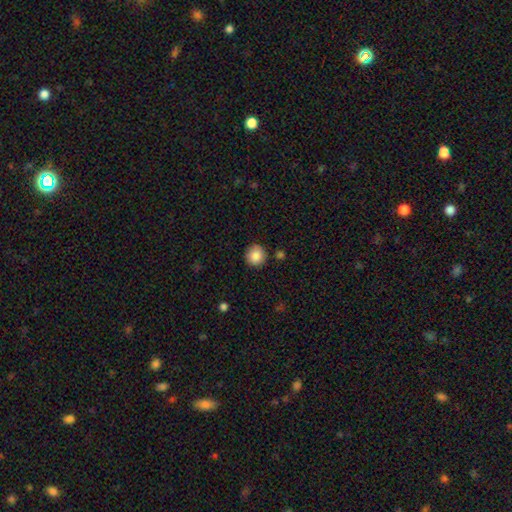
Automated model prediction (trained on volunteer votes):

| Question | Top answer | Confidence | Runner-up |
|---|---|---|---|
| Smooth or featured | smooth | 87% | star or artifact (9%) |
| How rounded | round | 91% | in between (8%) |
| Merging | none | 88% | minor disturbance (8%) |